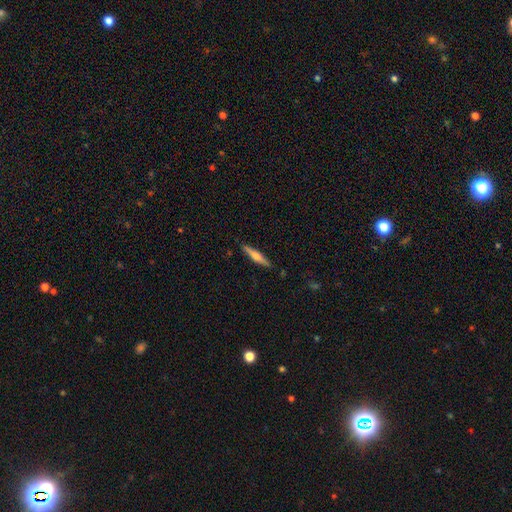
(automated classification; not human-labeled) A featured or disk galaxy (49%).

Vote fractions:
- Smooth or featured? featured or disk: 49% / smooth: 46% / star or artifact: 6%
- Merging? none: 89% / minor disturbance: 8% / major disturbance: 2% / merger: 1%